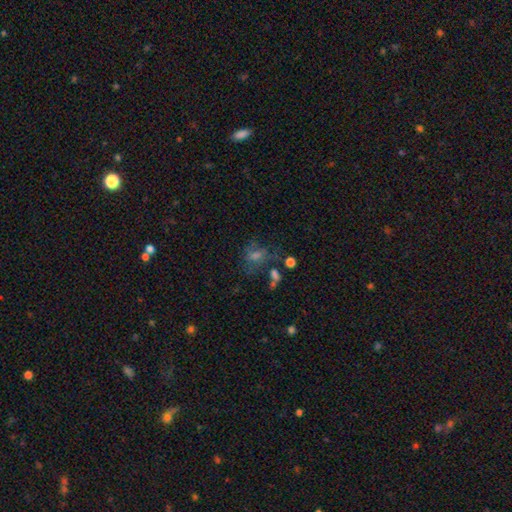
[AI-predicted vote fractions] A featured or disk galaxy (35%).

Vote fractions:
- Smooth or featured? featured or disk: 35% / smooth: 34% / star or artifact: 32%
- Merging? none: 49% / major disturbance: 21% / minor disturbance: 19% / merger: 11%